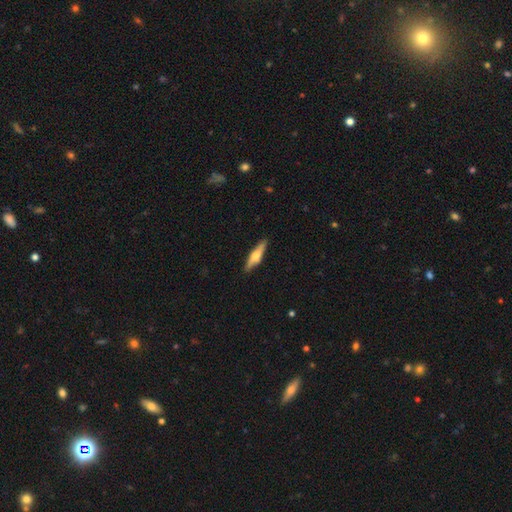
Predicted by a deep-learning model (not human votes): Smooth or featured? featured or disk (52%)
Edge-on disk? yes (94%)
Merging? none (88%)